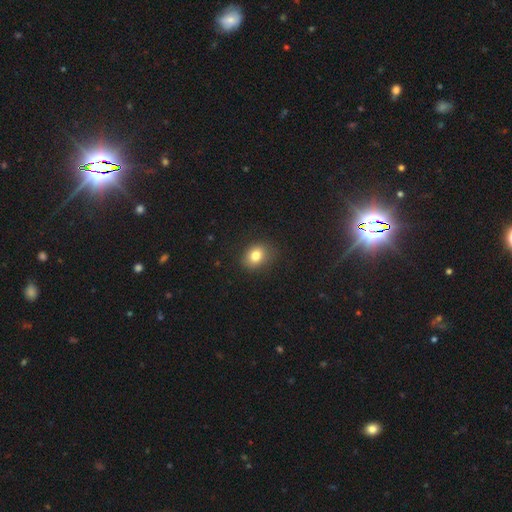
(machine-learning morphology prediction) The model was most divided on "how rounded": in between: 55%, round: 44%, cigar-shaped: 1%. More confident: merging — none (83%); smooth or featured — smooth (81%).